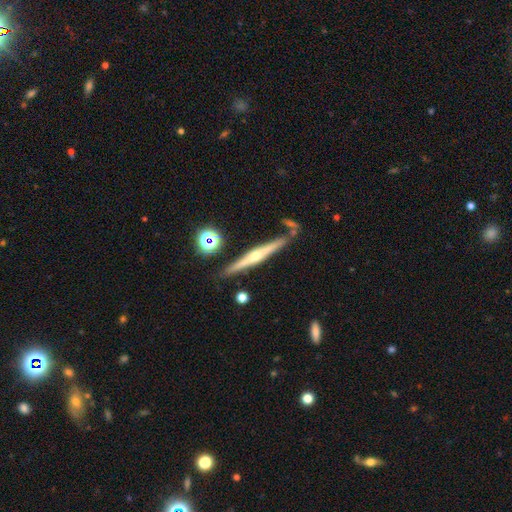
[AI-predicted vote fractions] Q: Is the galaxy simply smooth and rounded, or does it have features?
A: featured or disk — 73%.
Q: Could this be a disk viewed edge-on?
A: yes — 97%.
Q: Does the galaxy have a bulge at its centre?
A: rounded — 88%.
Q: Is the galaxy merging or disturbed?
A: none — 84%.